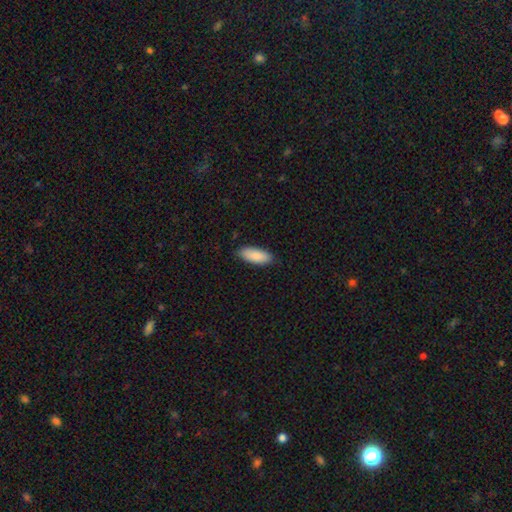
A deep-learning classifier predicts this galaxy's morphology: This appears to be a smooth galaxy with no disk features (87%) that is in between round and cigar-shaped (81%). Merging: none (85%).